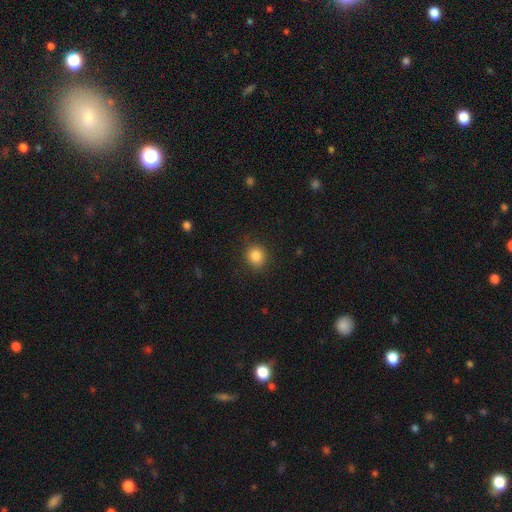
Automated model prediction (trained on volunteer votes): smooth 85%, star or artifact 10%, featured or disk 4%. Down the decision tree: how rounded — round (78%); merging — none (87%).